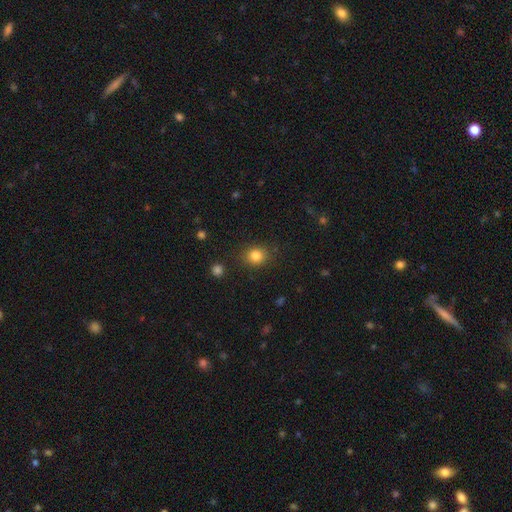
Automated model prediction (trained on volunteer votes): Smooth or featured?
  - smooth: 83% *
  - star or artifact: 11%
  - featured or disk: 5%
How rounded?
  - round: 72% *
  - in between: 28%
  - cigar-shaped: 1%
Merging?
  - none: 85% *
  - minor disturbance: 10%
  - major disturbance: 3%
  - merger: 2%